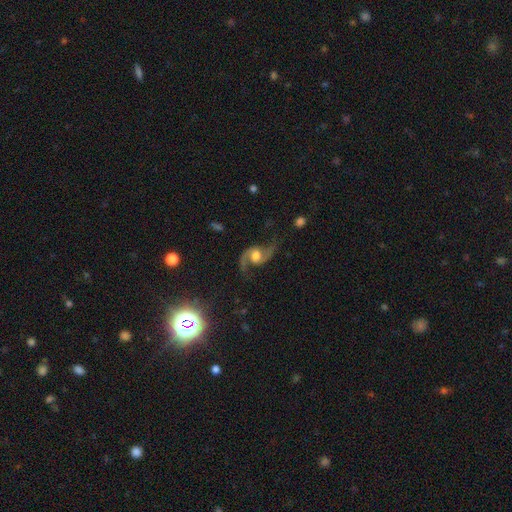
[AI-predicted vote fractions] smooth_or_featured: featured or disk (p=0.89) [alt: smooth p=0.06]
disk_edge_on: no (p=0.97) [alt: yes p=0.03]
bar: no (p=0.54) [alt: weak p=0.35]
has_spiral_arms: yes (p=0.97) [alt: no p=0.03]
spiral_winding: loose (p=0.63) [alt: medium p=0.32]
spiral_arm_count: 2 (p=0.94) [alt: 1 p=0.02]
bulge_size: moderate (p=0.57) [alt: large p=0.29]
merging: none (p=0.73) [alt: minor disturbance p=0.15]